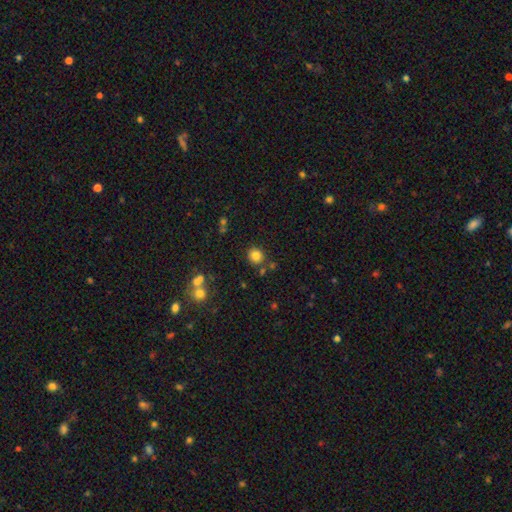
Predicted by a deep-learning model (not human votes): Smooth or featured? smooth (82%)
How rounded? round (88%)
Merging? none (82%)